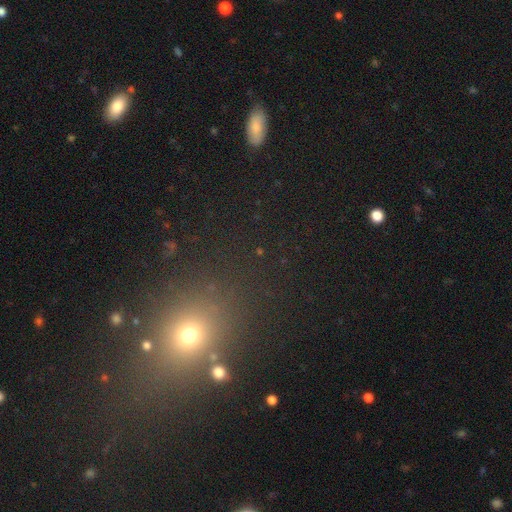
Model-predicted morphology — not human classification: The model was most divided on "how rounded": round: 51%, in between: 45%, cigar-shaped: 4%. More confident: merging — none (81%); smooth or featured — smooth (50%).